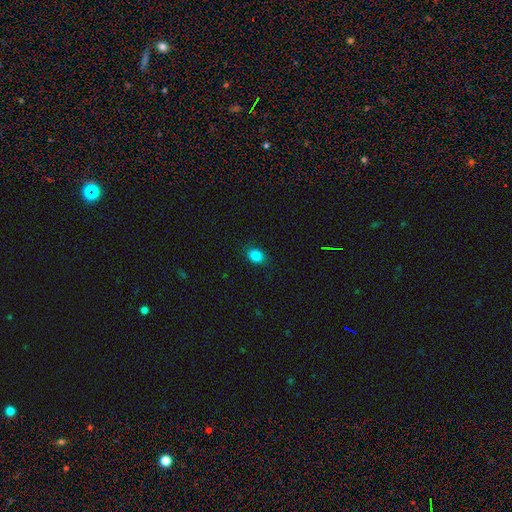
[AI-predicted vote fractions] Smooth or featured? Predicted: smooth (p=0.85). How rounded? Predicted: in between (p=0.60). Merging? Predicted: none (p=0.87).